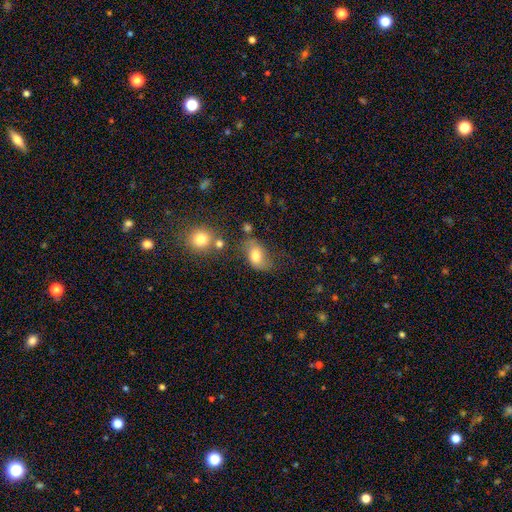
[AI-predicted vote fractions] Overall: smooth (71%). How rounded: in between (85%). Merging: none (58%; minor disturbance 24%).